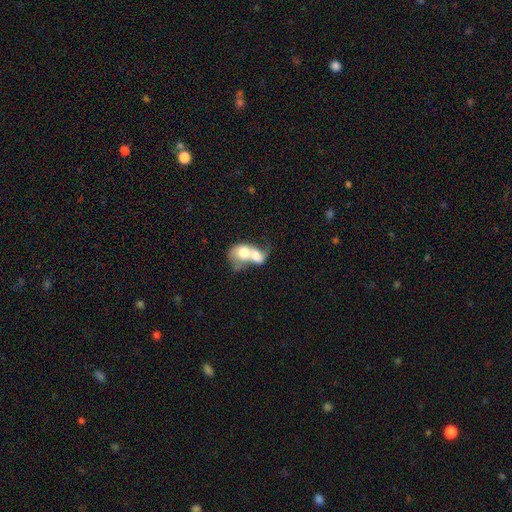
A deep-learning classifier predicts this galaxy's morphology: Overall: smooth (64%; featured or disk 29%). How rounded: in between (63%; round 35%). Merging: merger (83%).